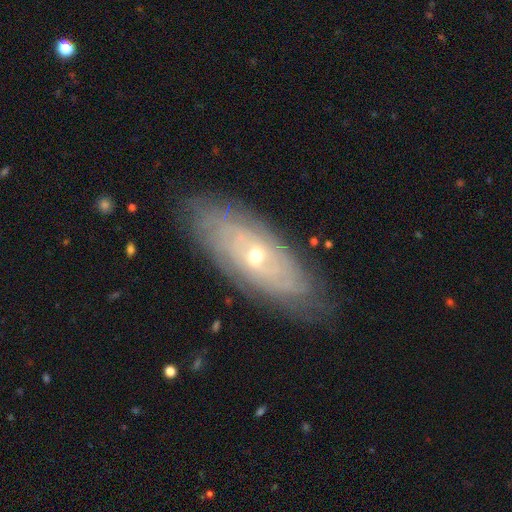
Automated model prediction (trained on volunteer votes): Smooth or featured? featured or disk (77%)
Edge-on disk? no (83%)
Bar? no (74%)
Spiral arms? yes (84%)
Spiral winding? tight (78%)
Spiral arm count? can't tell (65%)
Bulge size? small (53%)
Merging? none (82%)